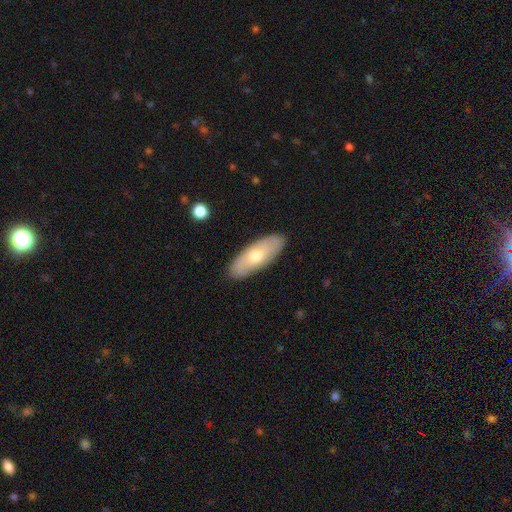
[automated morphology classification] smooth-or-featured: smooth: 57% | featured or disk: 37% | star or artifact: 6%
  how-rounded: in between: 76% | cigar-shaped: 22% | round: 2%
  merging: none: 87% | minor disturbance: 9% | major disturbance: 2% | merger: 1%